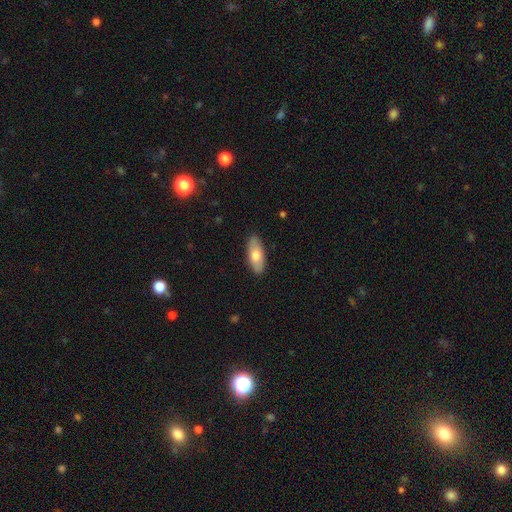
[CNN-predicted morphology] Smooth or featured: smooth — 72% (featured or disk — 23%)
How rounded: in between — 83% (cigar-shaped — 15%)
Merging: none — 88% (minor disturbance — 9%)